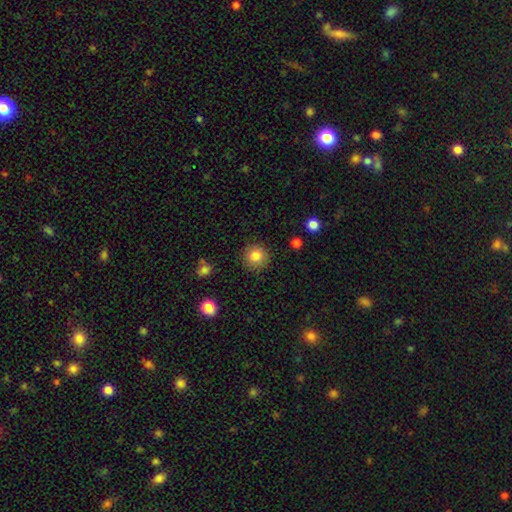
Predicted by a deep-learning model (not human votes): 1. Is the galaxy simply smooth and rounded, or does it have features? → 83% smooth, 10% star or artifact, 6% featured or disk.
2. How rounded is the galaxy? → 94% round, 5% in between, 1% cigar-shaped.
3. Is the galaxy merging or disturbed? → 89% none, 7% minor disturbance, 2% major disturbance, 1% merger.